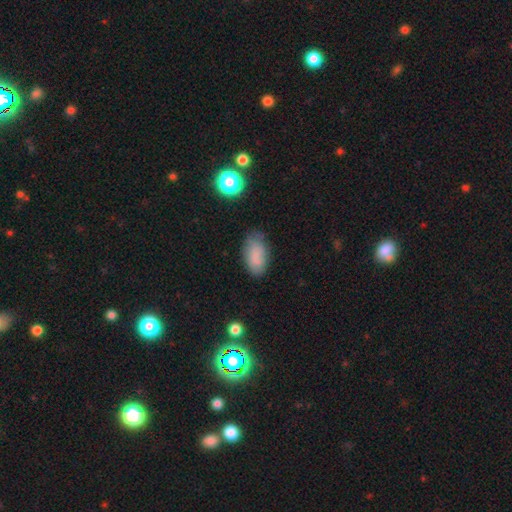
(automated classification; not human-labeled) smooth_or_featured: smooth (p=0.81) [alt: featured or disk p=0.10]
how_rounded: in between (p=0.93) [alt: round p=0.04]
merging: none (p=0.71) [alt: minor disturbance p=0.21]